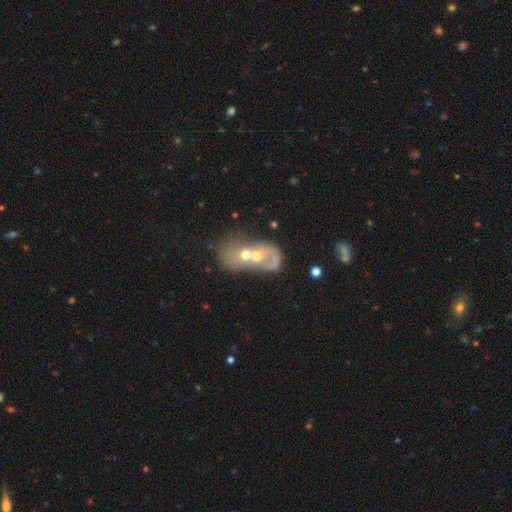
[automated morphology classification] Smooth or featured? featured or disk (55%)
Edge-on disk? no (95%)
Bar? no (84%)
Spiral arms? no (68%)
Bulge size? moderate (59%)
Merging? merger (80%)